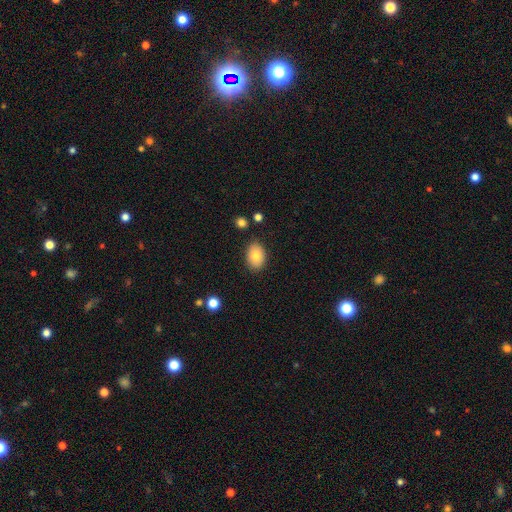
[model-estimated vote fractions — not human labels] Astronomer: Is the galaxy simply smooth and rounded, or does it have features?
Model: smooth — 82%.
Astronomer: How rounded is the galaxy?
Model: in between — 82%.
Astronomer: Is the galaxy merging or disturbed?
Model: none — 83%.